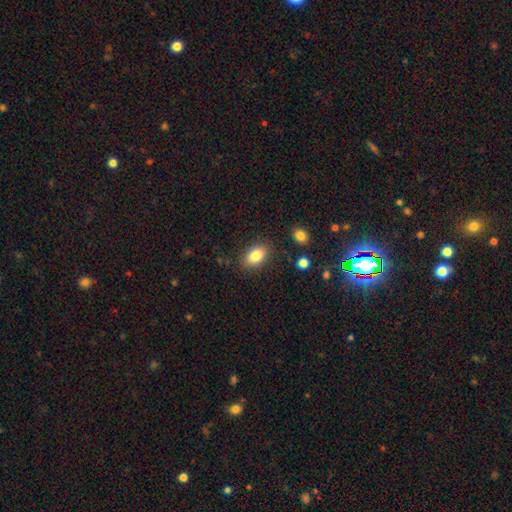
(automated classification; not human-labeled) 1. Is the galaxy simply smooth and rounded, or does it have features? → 83% smooth, 9% featured or disk, 8% star or artifact.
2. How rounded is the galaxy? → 86% in between, 12% round, 2% cigar-shaped.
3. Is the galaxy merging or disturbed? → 85% none, 10% minor disturbance, 3% major disturbance, 2% merger.